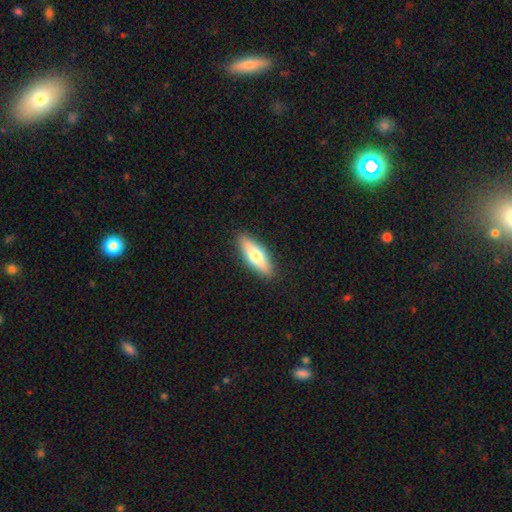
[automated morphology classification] This appears to be a smooth galaxy with no disk features (62%) that is cigar-shaped (50%). Merging: none (89%).